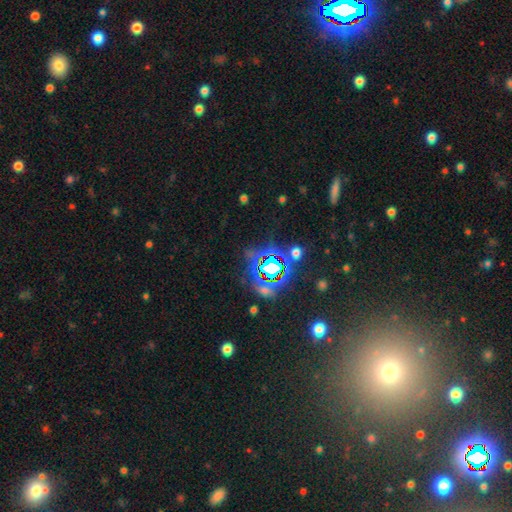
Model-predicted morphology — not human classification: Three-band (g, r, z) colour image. It shows a star or artifact, not a galaxy (75%).